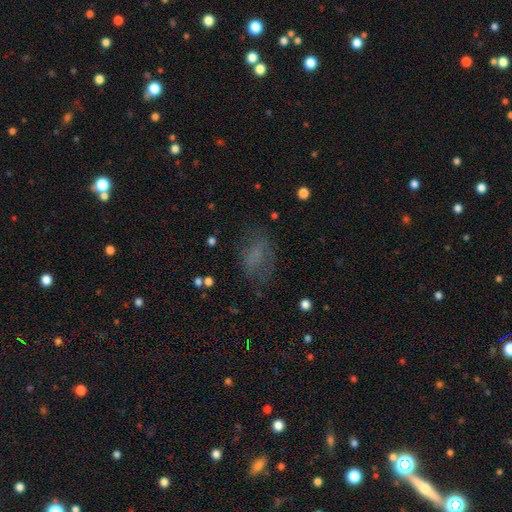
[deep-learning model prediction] A smooth galaxy with no disk features (57%) that is in between round and cigar-shaped (81%). Merging: none (55%).